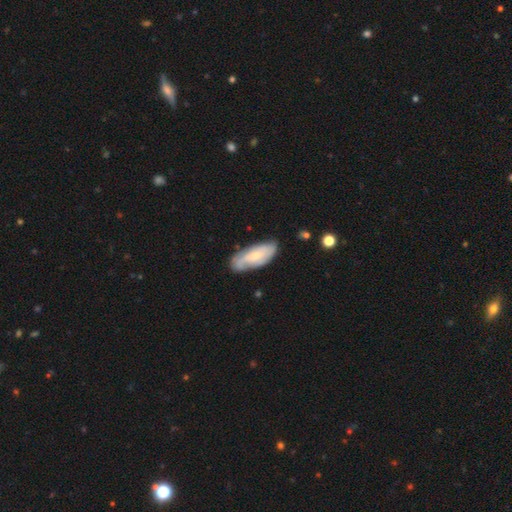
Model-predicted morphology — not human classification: Smooth or featured? smooth (48%)
Merging? none (68%)